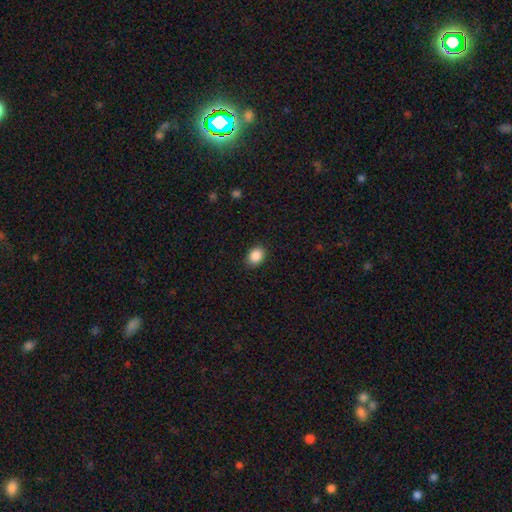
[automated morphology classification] type=smooth (88%); roundness=in between (60%); merging=none (89%).